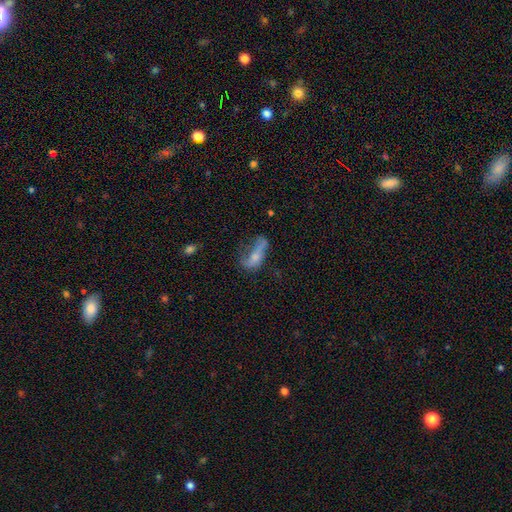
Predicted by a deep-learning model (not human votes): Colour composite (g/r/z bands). It shows a smooth galaxy with no disk features (46%). Merging: major disturbance (39%).